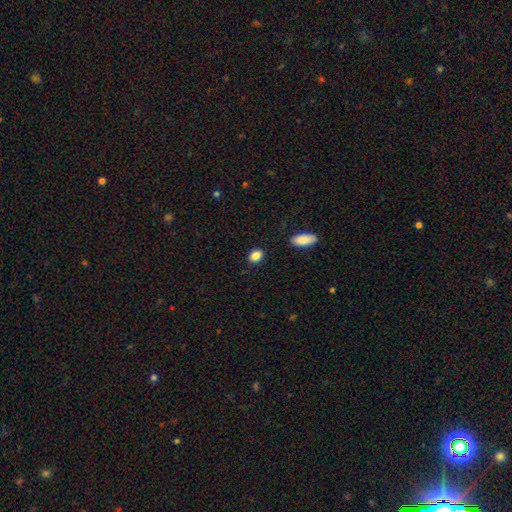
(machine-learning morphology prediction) Smooth or featured? Predicted: smooth (p=0.86). How rounded? Predicted: in between (p=0.64). Merging? Predicted: none (p=0.87).